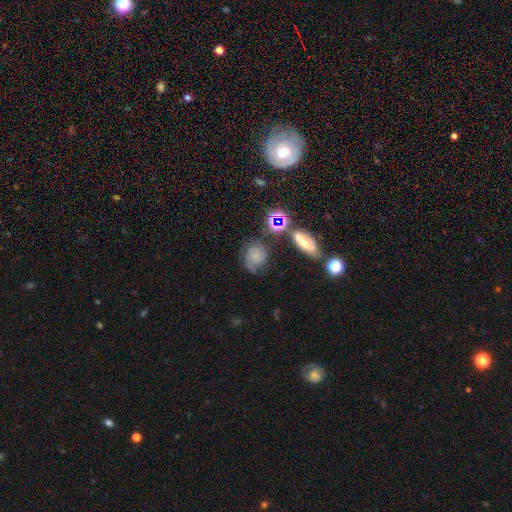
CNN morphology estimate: smooth-or-featured: featured or disk: 62% | smooth: 23% | star or artifact: 15%
  disk-edge-on: no: 96% | yes: 4%
    bar: no: 76% | weak: 19% | strong: 5%
    has-spiral-arms: yes: 92% | no: 8%
      spiral-winding: tight: 54% | medium: 35% | loose: 11%
      spiral-arm-count: 2: 61% | can't tell: 17% | 3: 9% | 1: 8% | 4: 2% | more than 4: 2%
    bulge-size: small: 63% | moderate: 21% | none: 12% | large: 3% | dominant: 2%
  merging: none: 59% | minor disturbance: 22% | major disturbance: 12% | merger: 8%